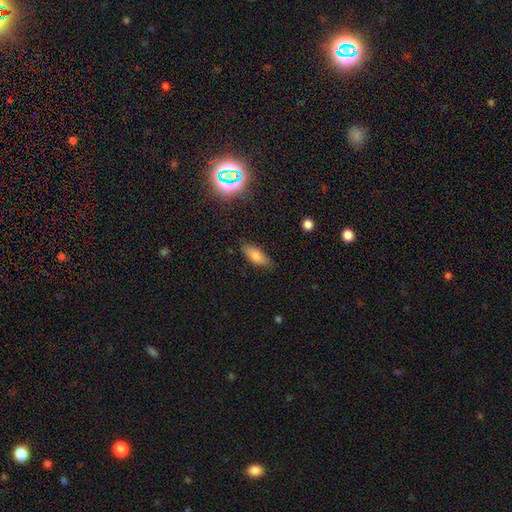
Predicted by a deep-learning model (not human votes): A smooth galaxy with no disk features (73%) that is in between round and cigar-shaped (75%). Merging: none (81%).